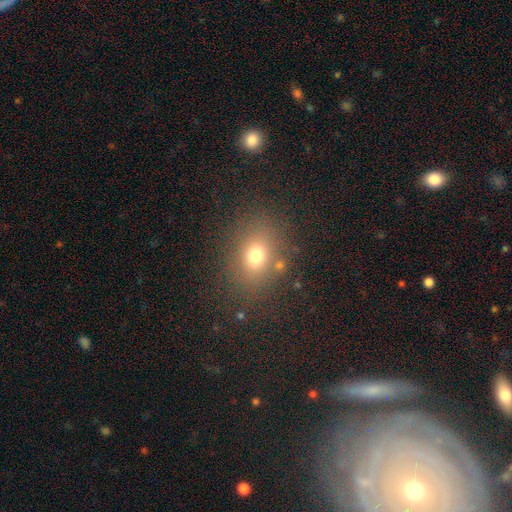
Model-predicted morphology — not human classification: Smooth or featured? Predicted: smooth (p=0.71). How rounded? Predicted: in between (p=0.52). Merging? Predicted: none (p=0.80).